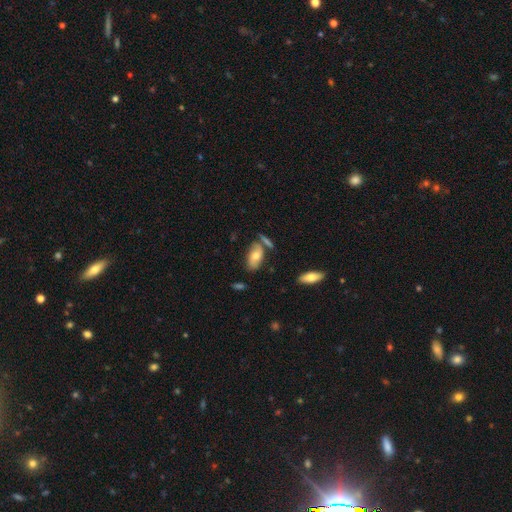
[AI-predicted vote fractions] Overall: smooth (64%; featured or disk 29%). How rounded: in between (90%). Merging: none (58%; minor disturbance 22%).